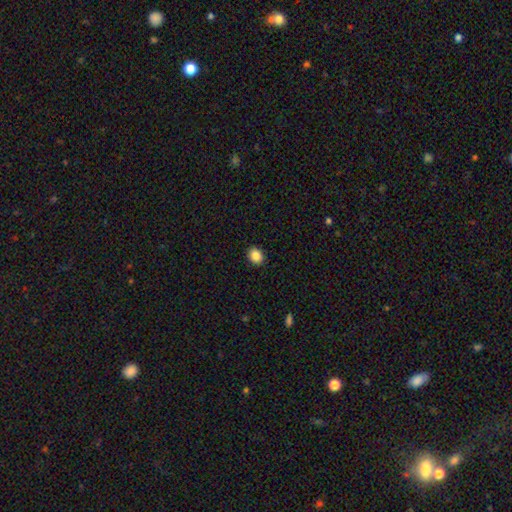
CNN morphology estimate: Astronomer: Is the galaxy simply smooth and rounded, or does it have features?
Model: smooth — 86%.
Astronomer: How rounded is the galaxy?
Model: round — 52% (runner-up: in between, 47%).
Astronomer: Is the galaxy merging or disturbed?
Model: none — 91%.